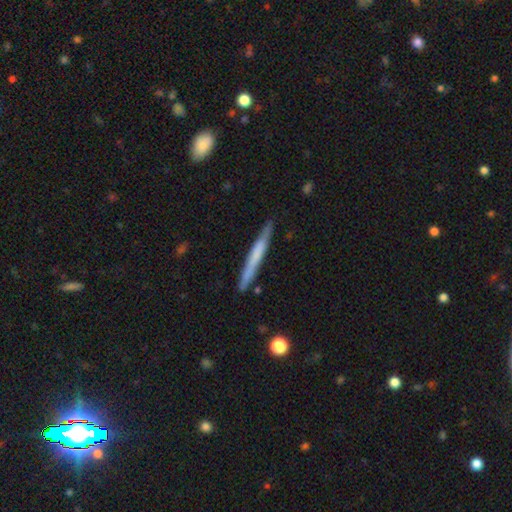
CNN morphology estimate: smooth-or-featured: smooth: 54% | featured or disk: 40% | star or artifact: 6%
  how-rounded: cigar-shaped: 97% | in between: 2% | round: 1%
  merging: none: 87% | minor disturbance: 10% | major disturbance: 2% | merger: 2%